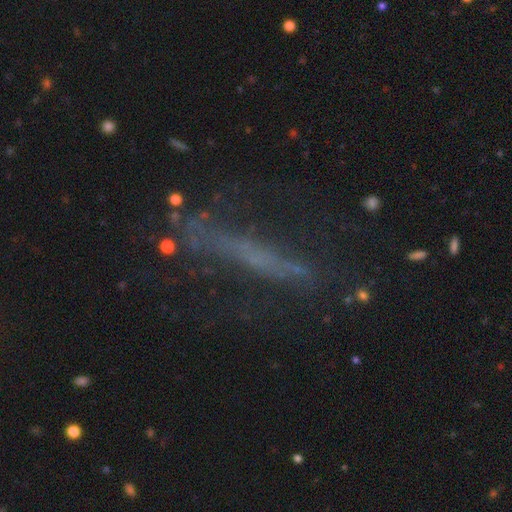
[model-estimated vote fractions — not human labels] Q: Smooth or featured?
A: featured or disk (49%); runner-up: smooth (32%)
Q: Merging?
A: none (59%); runner-up: minor disturbance (20%)